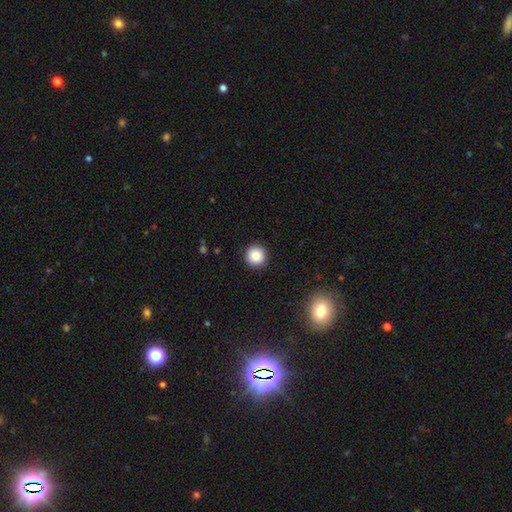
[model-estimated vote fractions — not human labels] This is clearly a smooth galaxy (87%). How rounded: clearly round (96%). Merging: clearly none (92%).